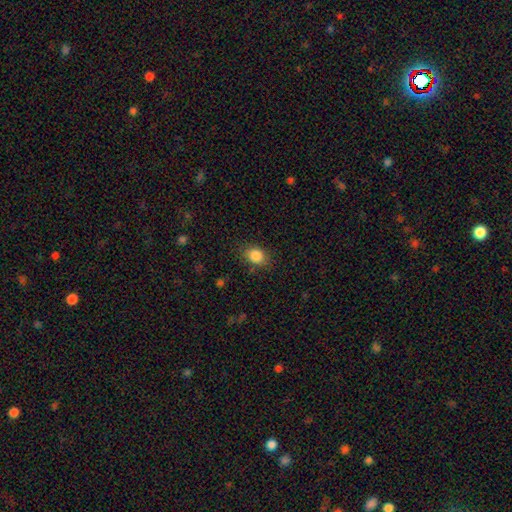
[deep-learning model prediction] Smooth or featured: smooth — 86% (star or artifact — 9%)
How rounded: round — 50% (in between — 49%)
Merging: none — 80% (minor disturbance — 14%)